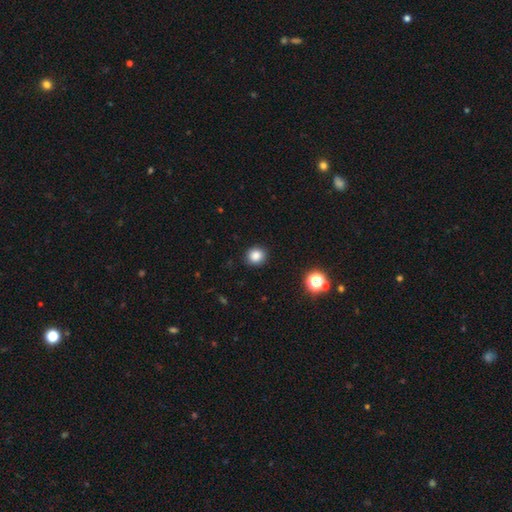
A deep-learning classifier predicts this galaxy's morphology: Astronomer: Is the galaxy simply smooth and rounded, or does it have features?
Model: smooth — 84%.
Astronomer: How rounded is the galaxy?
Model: round — 85%.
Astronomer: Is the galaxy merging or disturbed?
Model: none — 90%.